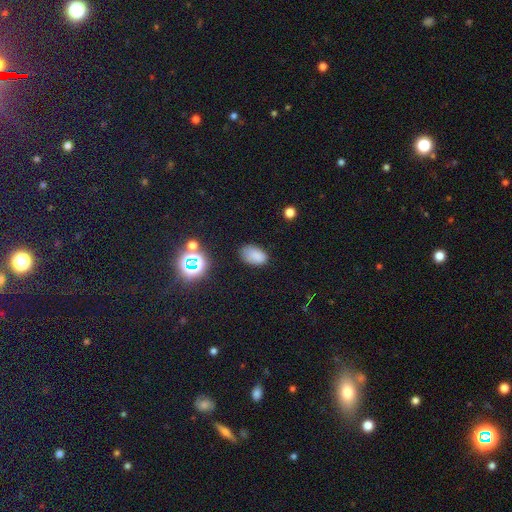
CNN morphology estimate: type=smooth (80%); roundness=in between (92%); merging=none (76%).